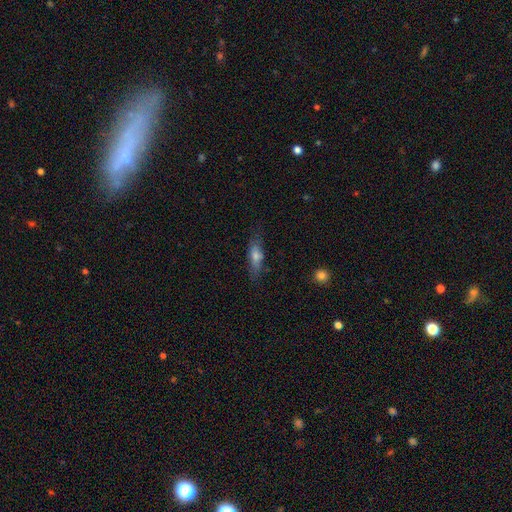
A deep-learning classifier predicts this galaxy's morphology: type=smooth (58%); roundness=cigar-shaped (62%); merging=none (77%).